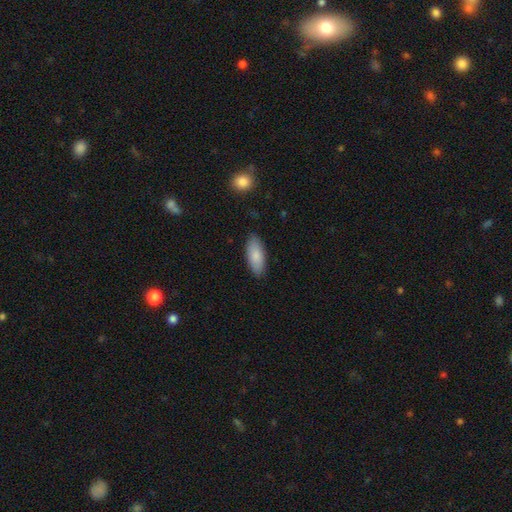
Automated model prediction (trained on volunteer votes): Smooth or featured?
  - smooth: 85% *
  - featured or disk: 9%
  - star or artifact: 6%
How rounded?
  - in between: 83% *
  - cigar-shaped: 15%
  - round: 2%
Merging?
  - none: 86% *
  - minor disturbance: 11%
  - major disturbance: 2%
  - merger: 1%